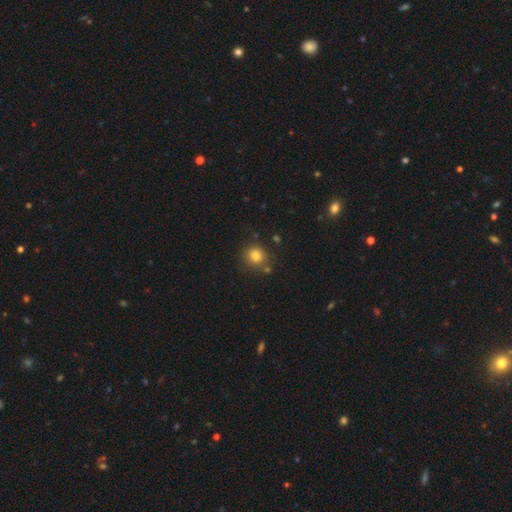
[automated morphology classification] type=smooth (81%); roundness=round (88%); merging=none (80%).